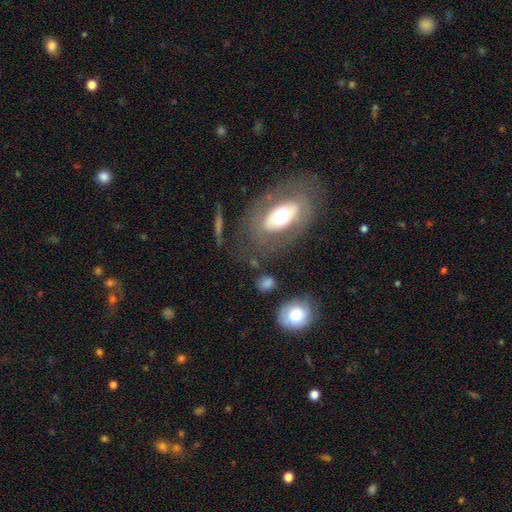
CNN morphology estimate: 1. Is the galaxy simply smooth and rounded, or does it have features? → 52% featured or disk, 39% smooth, 10% star or artifact.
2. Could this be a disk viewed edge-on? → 86% no, 14% yes.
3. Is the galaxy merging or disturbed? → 70% none, 16% minor disturbance, 11% major disturbance, 4% merger.